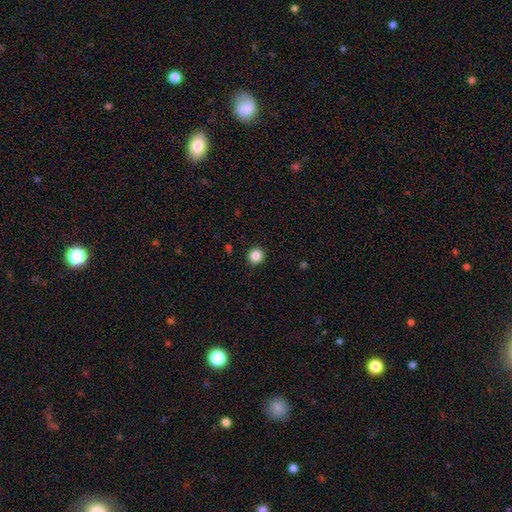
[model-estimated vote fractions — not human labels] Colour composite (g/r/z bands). It shows a smooth galaxy with no disk features (86%) that is round (93%). Merging: none (92%).